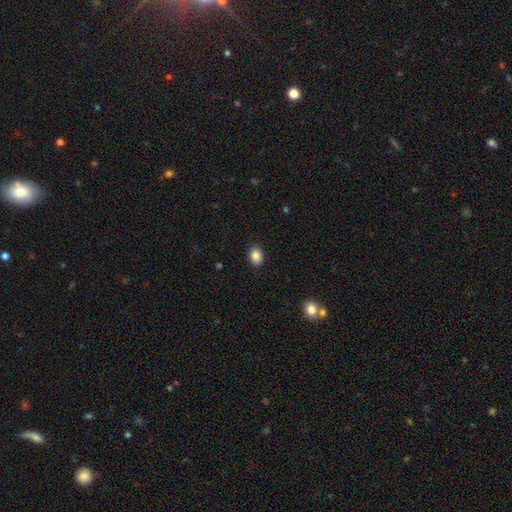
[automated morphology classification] type=smooth (87%); roundness=in between (71%); merging=none (90%).